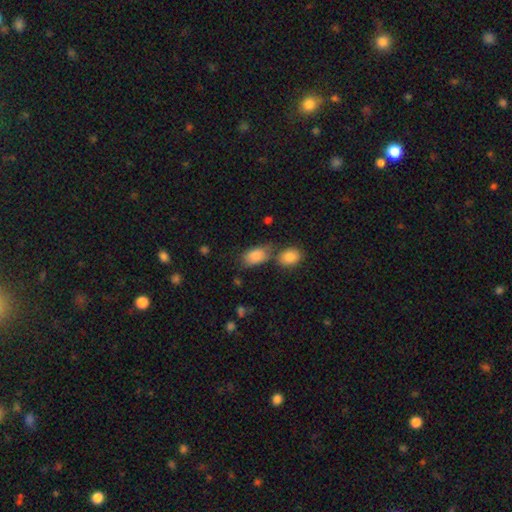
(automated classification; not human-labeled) This appears to be a smooth galaxy with no disk features (86%) that is in between round and cigar-shaped (89%). Merging: none (44%).